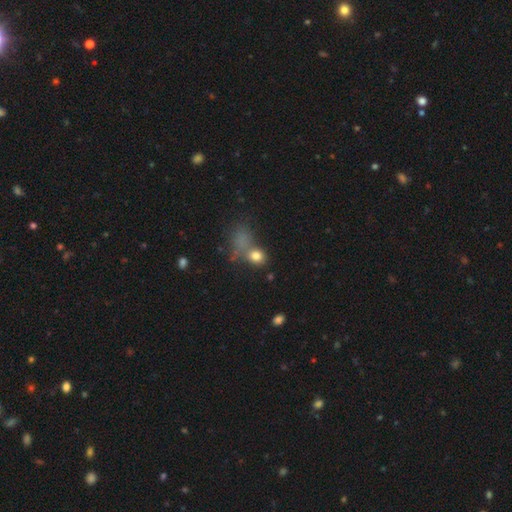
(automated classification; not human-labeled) smooth_or_featured: smooth (p=0.77) [alt: star or artifact p=0.14]
how_rounded: round (p=0.59) [alt: in between p=0.39]
merging: none (p=0.45) [alt: merger p=0.24]